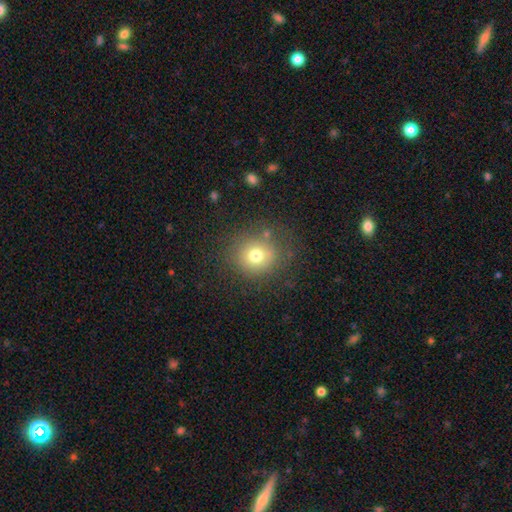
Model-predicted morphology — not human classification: This appears to be a smooth galaxy with no disk features (73%) that is round (84%). Merging: none (78%).